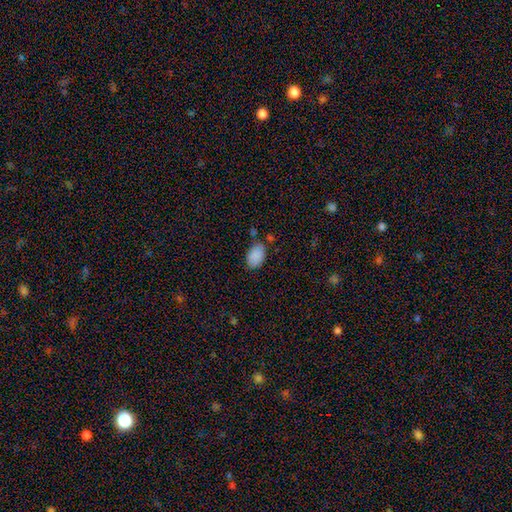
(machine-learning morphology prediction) Smooth or featured? Predicted: smooth (p=0.88). How rounded? Predicted: in between (p=0.89). Merging? Predicted: none (p=0.71).